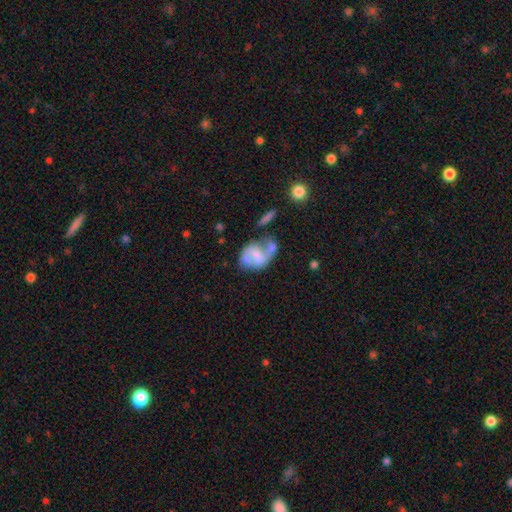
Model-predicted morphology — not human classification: Q: Smooth or featured?
A: featured or disk (56%); runner-up: smooth (36%)
Q: Edge-on disk?
A: no (97%); runner-up: yes (3%)
Q: Bar?
A: no (45%); runner-up: weak (38%)
Q: Spiral arms?
A: yes (58%); runner-up: no (42%)
Q: Bulge size?
A: small (35%); runner-up: moderate (31%)
Q: Merging?
A: merger (31%); runner-up: none (28%)